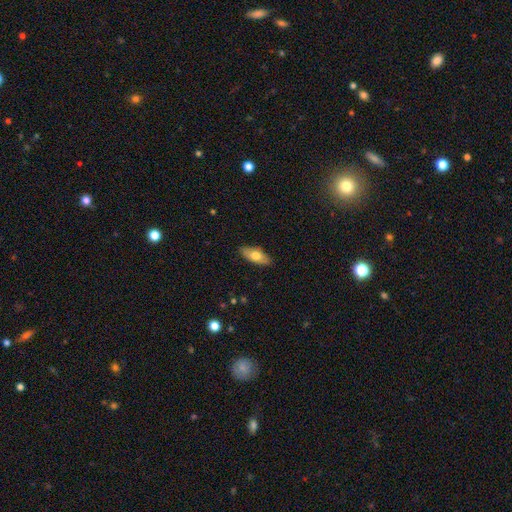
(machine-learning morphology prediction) A smooth galaxy with no disk features (69%) that is in between round and cigar-shaped (78%). Merging: none (87%).